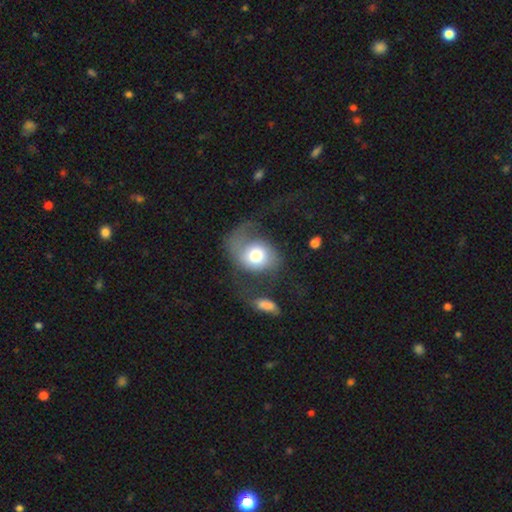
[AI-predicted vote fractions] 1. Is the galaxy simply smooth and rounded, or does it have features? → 50% smooth, 42% featured or disk, 8% star or artifact.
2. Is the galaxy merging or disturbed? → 44% major disturbance, 27% none, 18% minor disturbance, 11% merger.